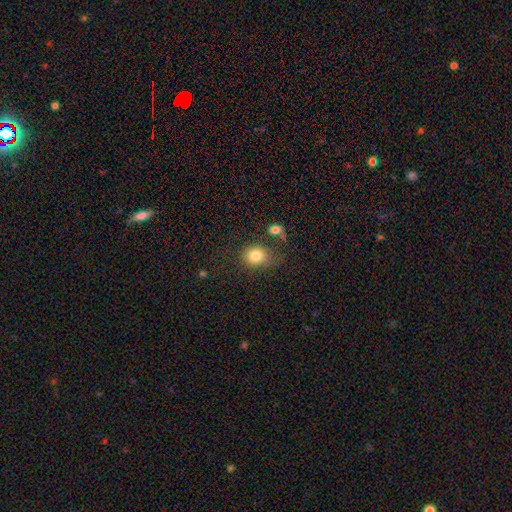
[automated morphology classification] Smooth or featured?
  - smooth: 82% *
  - star or artifact: 10%
  - featured or disk: 8%
How rounded?
  - round: 62% *
  - in between: 37%
  - cigar-shaped: 1%
Merging?
  - none: 54% *
  - minor disturbance: 21%
  - major disturbance: 13%
  - merger: 12%